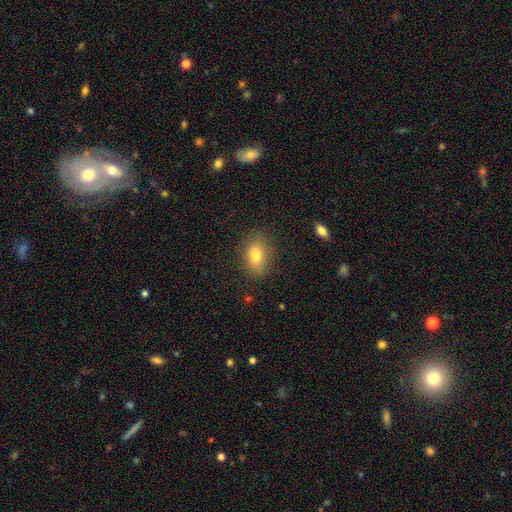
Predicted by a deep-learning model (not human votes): smooth 77%, featured or disk 13%, star or artifact 10%. Down the decision tree: how rounded — in between (79%); merging — none (79%).